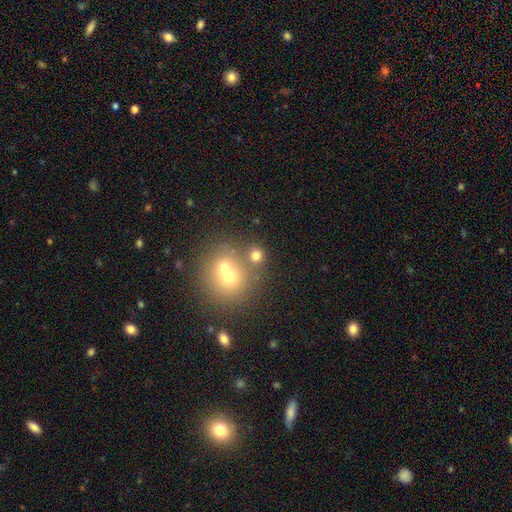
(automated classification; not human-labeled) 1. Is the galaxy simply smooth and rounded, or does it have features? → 69% smooth, 16% star or artifact, 15% featured or disk.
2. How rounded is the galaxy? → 82% round, 17% in between, 1% cigar-shaped.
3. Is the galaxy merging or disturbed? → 49% none, 41% merger, 7% minor disturbance, 4% major disturbance.